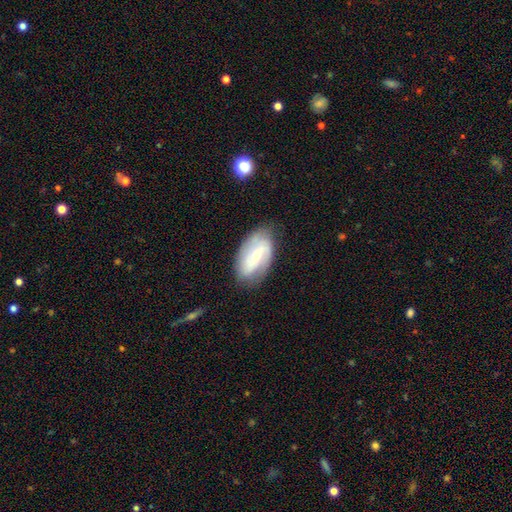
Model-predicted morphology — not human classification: Smooth or featured? featured or disk (69%)
Edge-on disk? no (95%)
Bar? weak (41%)
Spiral arms? yes (85%)
Spiral winding? medium (40%)
Spiral arm count? 2 (65%)
Bulge size? small (59%)
Merging? none (74%)